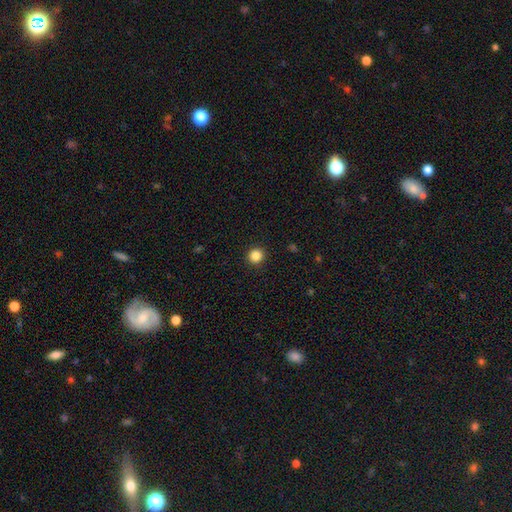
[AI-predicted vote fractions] A smooth galaxy with no disk features (85%) that is round (93%). Merging: none (93%).